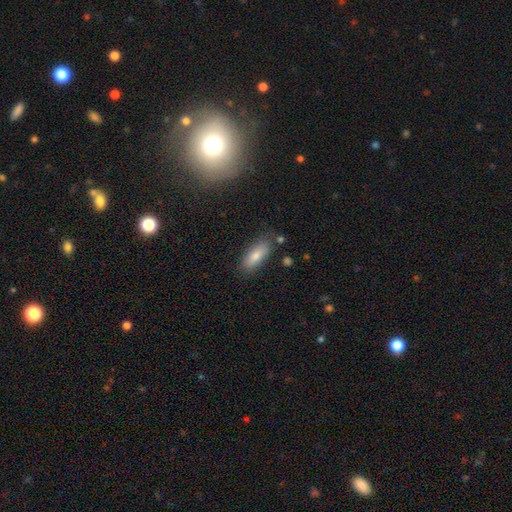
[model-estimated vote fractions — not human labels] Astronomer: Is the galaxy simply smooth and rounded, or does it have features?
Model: smooth — 76%.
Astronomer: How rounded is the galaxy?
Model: in between — 71%.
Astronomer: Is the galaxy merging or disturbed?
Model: none — 83%.